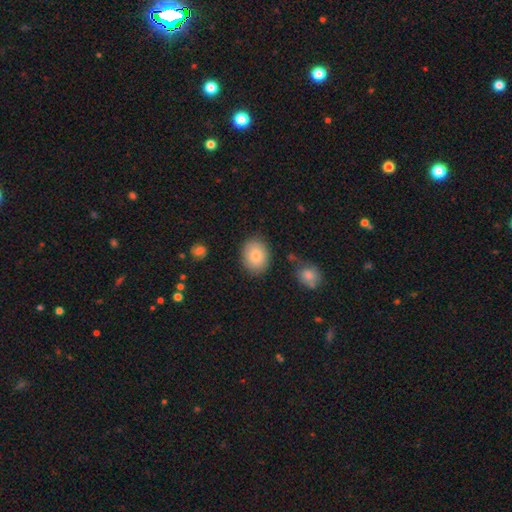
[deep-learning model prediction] Smooth or featured?
  - smooth: 83% *
  - featured or disk: 9%
  - star or artifact: 8%
How rounded?
  - in between: 55% *
  - round: 44%
  - cigar-shaped: 1%
Merging?
  - none: 83% *
  - minor disturbance: 11%
  - major disturbance: 3%
  - merger: 3%